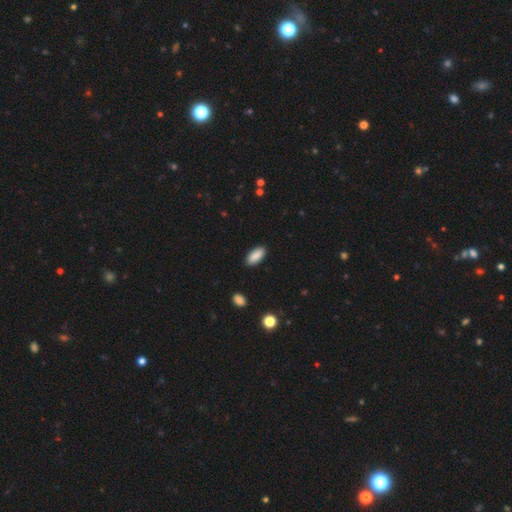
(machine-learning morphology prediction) Q: Smooth or featured?
A: smooth (90%); runner-up: star or artifact (6%)
Q: How rounded?
A: in between (89%); runner-up: cigar-shaped (10%)
Q: Merging?
A: none (89%); runner-up: minor disturbance (8%)